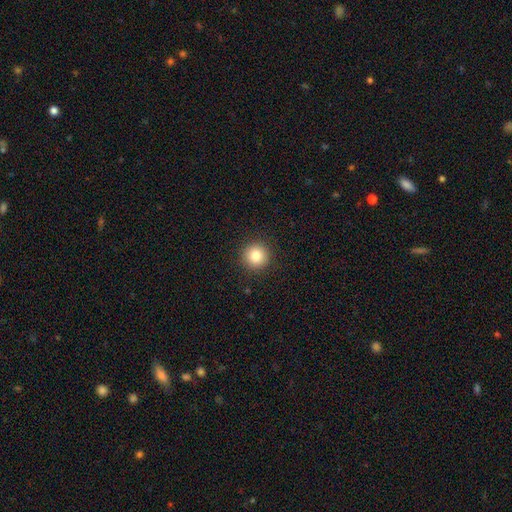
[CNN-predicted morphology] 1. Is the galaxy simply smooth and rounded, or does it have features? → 83% smooth, 10% star or artifact, 7% featured or disk.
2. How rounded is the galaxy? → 95% round, 4% in between, 1% cigar-shaped.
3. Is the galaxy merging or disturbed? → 92% none, 5% minor disturbance, 2% major disturbance, 1% merger.